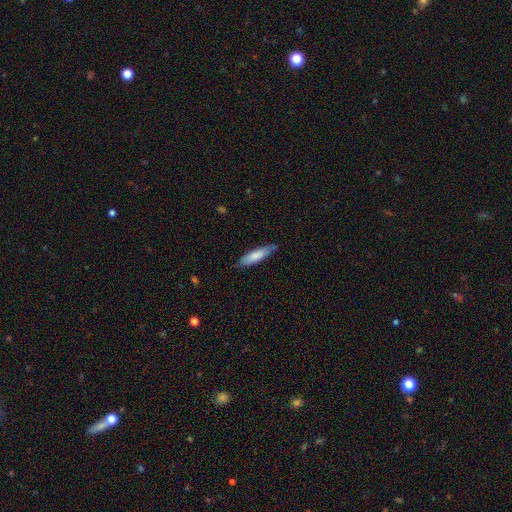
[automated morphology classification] Smooth or featured? Predicted: smooth (p=0.78). How rounded? Predicted: cigar-shaped (p=0.70). Merging? Predicted: none (p=0.78).